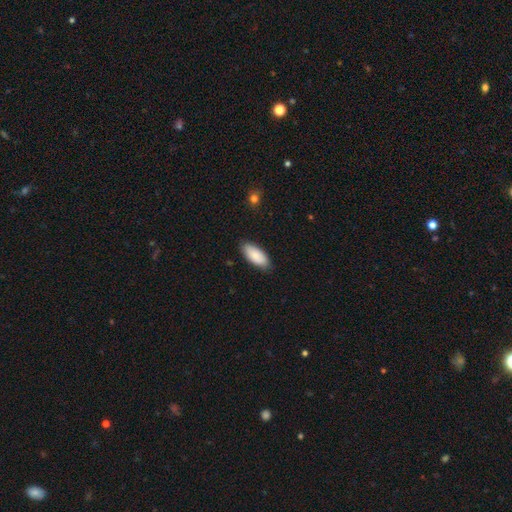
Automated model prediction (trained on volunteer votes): Overall: smooth (87%). How rounded: in between (88%). Merging: none (85%).